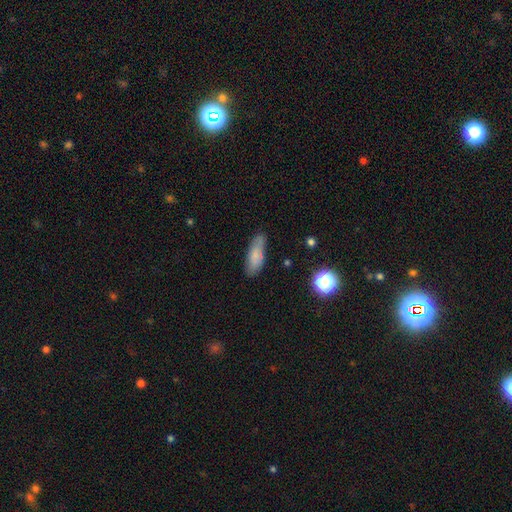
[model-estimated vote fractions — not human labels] Overall: smooth (77%). How rounded: in between (62%; cigar-shaped 36%). Merging: none (75%).